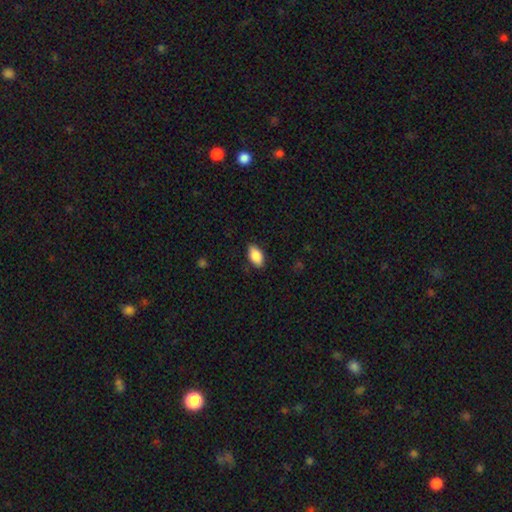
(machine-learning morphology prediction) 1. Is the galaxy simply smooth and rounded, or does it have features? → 88% smooth, 7% star or artifact, 6% featured or disk.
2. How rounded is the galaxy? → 93% in between, 4% round, 3% cigar-shaped.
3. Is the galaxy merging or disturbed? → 85% none, 12% minor disturbance, 2% major disturbance, 1% merger.